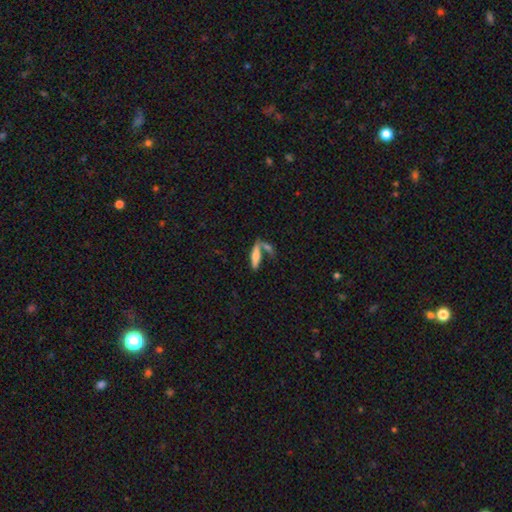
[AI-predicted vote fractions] smooth-or-featured: smooth: 63% | featured or disk: 28% | star or artifact: 8%
  how-rounded: cigar-shaped: 66% | in between: 32% | round: 3%
  merging: none: 43% | merger: 40% | minor disturbance: 11% | major disturbance: 7%